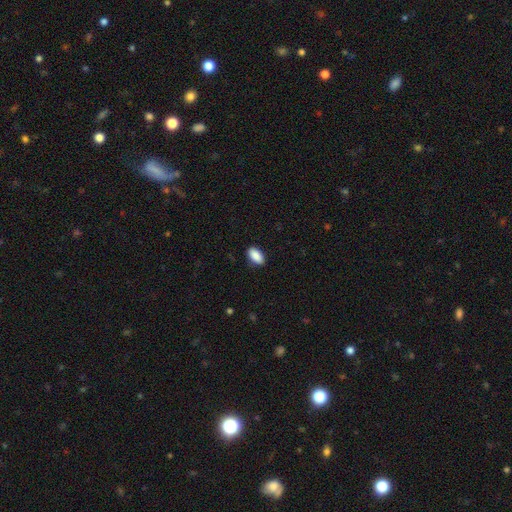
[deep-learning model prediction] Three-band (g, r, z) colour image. It shows a smooth galaxy with no disk features (90%) that is in between round and cigar-shaped (93%). Merging: none (87%).